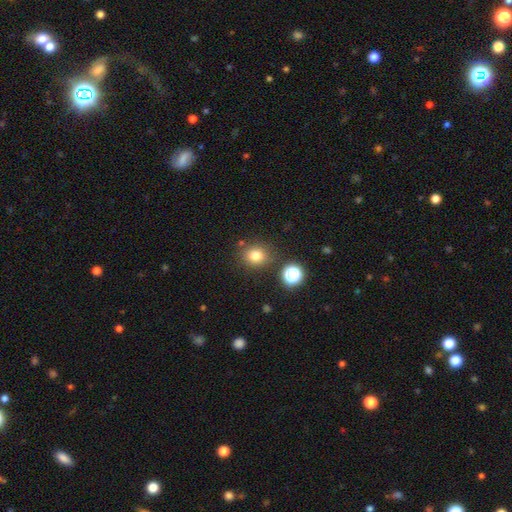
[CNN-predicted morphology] Smooth or featured? smooth (78%)
How rounded? round (76%)
Merging? none (80%)